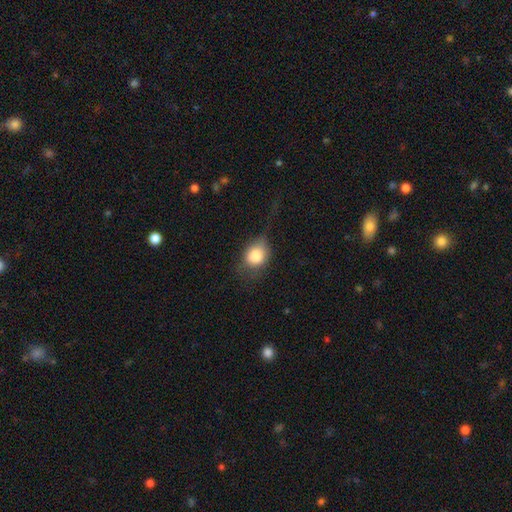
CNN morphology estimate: The model was most divided on "how rounded": round: 54%, in between: 45%, cigar-shaped: 1%. Remaining: smooth or featured — smooth (78%); merging — none (49%).